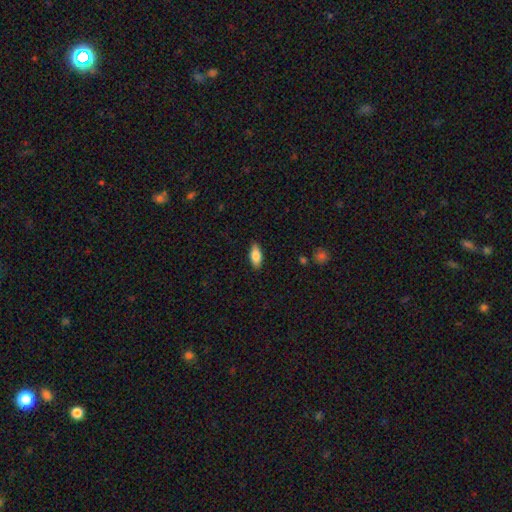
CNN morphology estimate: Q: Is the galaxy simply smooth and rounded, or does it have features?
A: smooth — 82%.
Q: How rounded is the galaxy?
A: in between — 84%.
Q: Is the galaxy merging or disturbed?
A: none — 88%.